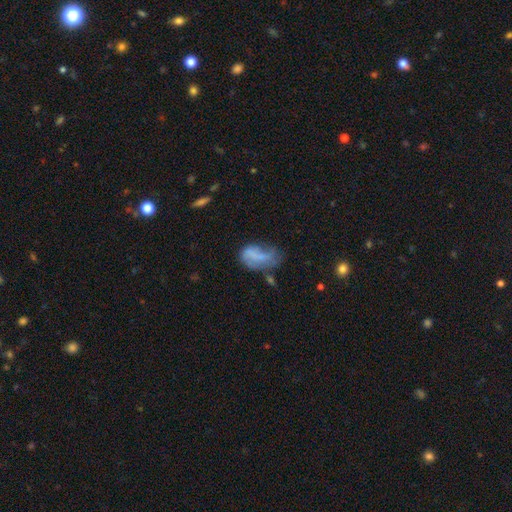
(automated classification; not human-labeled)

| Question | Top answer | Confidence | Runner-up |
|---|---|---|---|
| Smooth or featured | smooth | 53% | featured or disk (37%) |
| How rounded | in between | 88% | round (8%) |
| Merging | major disturbance | 34% | minor disturbance (30%) |